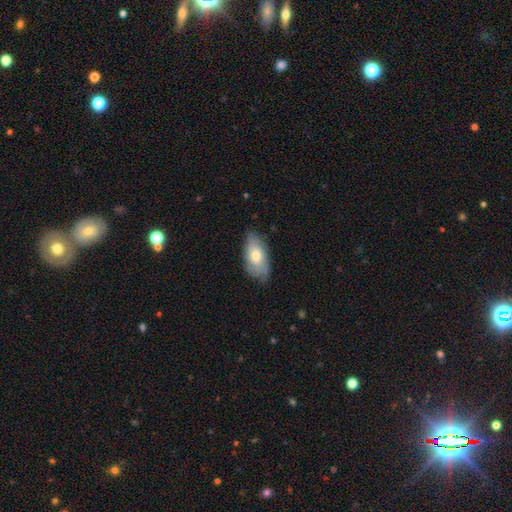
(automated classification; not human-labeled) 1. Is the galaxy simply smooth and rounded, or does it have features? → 58% smooth, 36% featured or disk, 6% star or artifact.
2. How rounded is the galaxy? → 91% in between, 5% cigar-shaped, 4% round.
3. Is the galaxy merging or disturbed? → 72% none, 23% minor disturbance, 4% major disturbance, 1% merger.